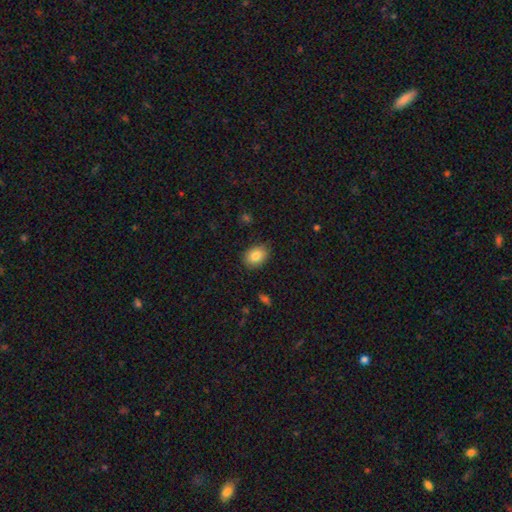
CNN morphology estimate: Smooth or featured?
  - smooth: 85% *
  - star or artifact: 8%
  - featured or disk: 7%
How rounded?
  - in between: 71% *
  - round: 28%
  - cigar-shaped: 1%
Merging?
  - none: 86% *
  - minor disturbance: 11%
  - major disturbance: 2%
  - merger: 1%